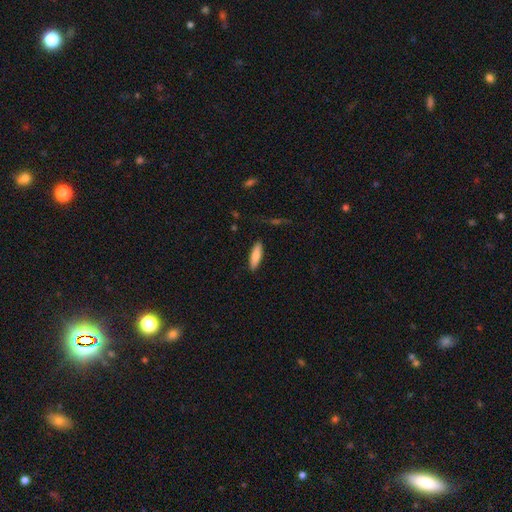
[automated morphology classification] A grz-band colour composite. It shows a smooth galaxy with no disk features (79%) that is cigar-shaped (60%). Merging: none (88%).